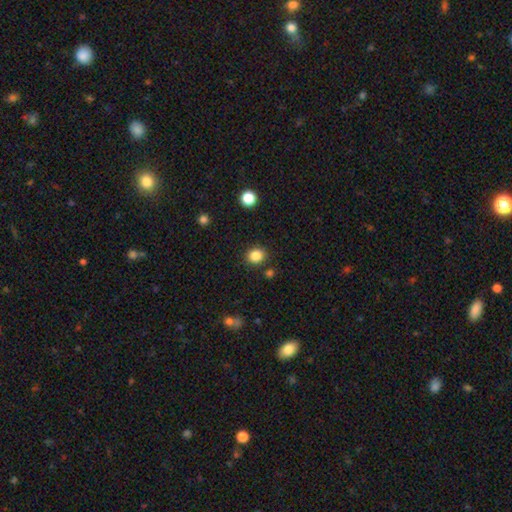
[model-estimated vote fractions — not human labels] Smooth or featured? smooth (85%)
How rounded? round (76%)
Merging? none (85%)